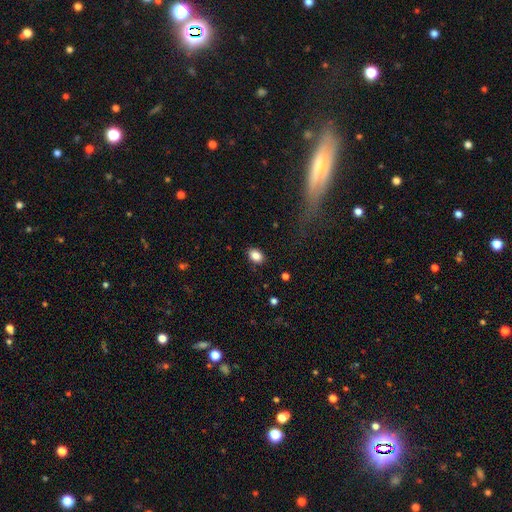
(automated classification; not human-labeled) A smooth galaxy with no disk features (86%) that is in between round and cigar-shaped (75%). Merging: none (87%).